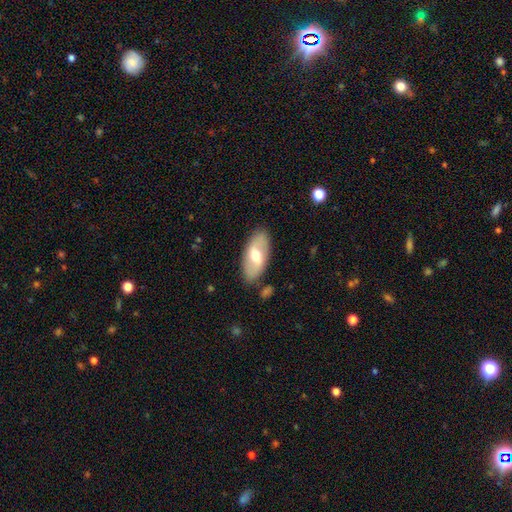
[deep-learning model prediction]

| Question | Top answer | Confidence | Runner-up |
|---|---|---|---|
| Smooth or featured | featured or disk | 50% | smooth (45%) |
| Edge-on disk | no | 87% | yes (13%) |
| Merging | none | 84% | minor disturbance (11%) |